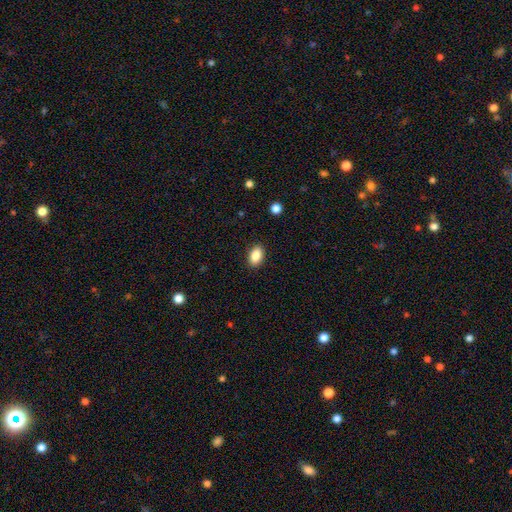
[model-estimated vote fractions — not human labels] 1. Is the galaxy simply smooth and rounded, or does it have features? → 87% smooth, 8% star or artifact, 5% featured or disk.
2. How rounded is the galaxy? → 90% in between, 9% round, 2% cigar-shaped.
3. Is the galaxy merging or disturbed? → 90% none, 7% minor disturbance, 2% major disturbance, 1% merger.